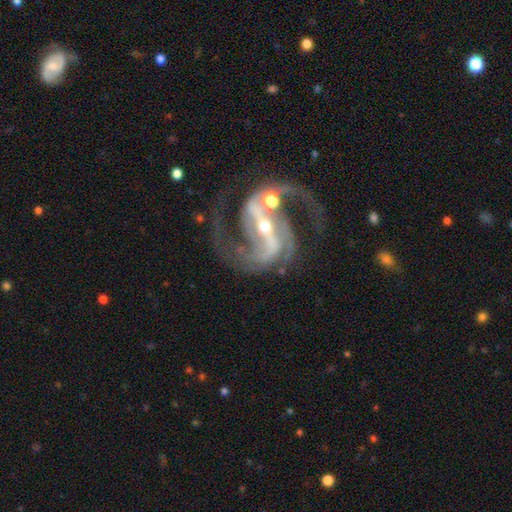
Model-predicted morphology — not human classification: A featured or disk galaxy (93%) with a strong bar (74%), 2 (83%) medium (59%) spiral arms (98%) and a small central bulge (59%).

Vote fractions:
- Smooth or featured? featured or disk: 93% / star or artifact: 5% / smooth: 2%
- Edge-on disk? no: 97% / yes: 3%
- Bar? strong: 74% / weak: 19% / no: 7%
- Spiral arms? yes: 98% / no: 2%
- Spiral winding? medium: 59% / loose: 22% / tight: 19%
- Spiral arm count? 2: 83% / 3: 8% / can't tell: 3% / 4: 2% / 1: 2% / more than 4: 2%
- Bulge size? small: 59% / moderate: 36% / large: 2% / none: 1% / dominant: 1%
- Merging? none: 54% / merger: 17% / major disturbance: 15% / minor disturbance: 14%